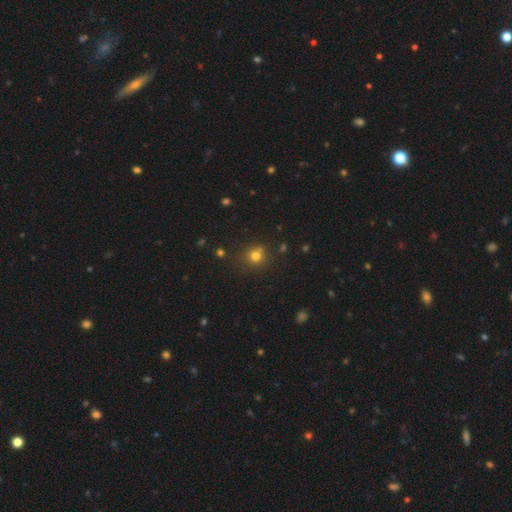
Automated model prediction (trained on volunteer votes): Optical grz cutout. It shows a smooth galaxy with no disk features (75%) that is round (87%). Merging: none (73%).